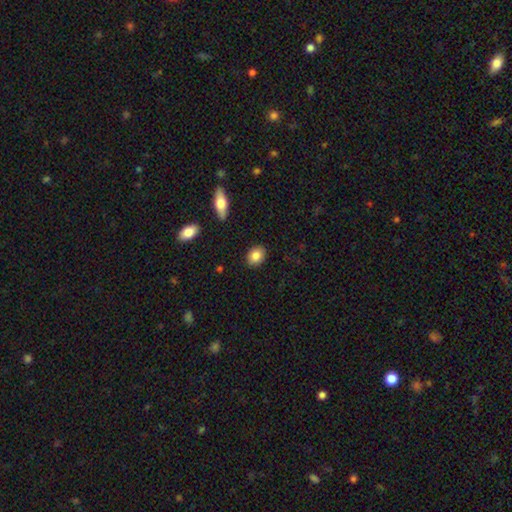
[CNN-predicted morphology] This is clearly a smooth galaxy (85%). How rounded: possibly in between (56%). Merging: clearly none (89%).